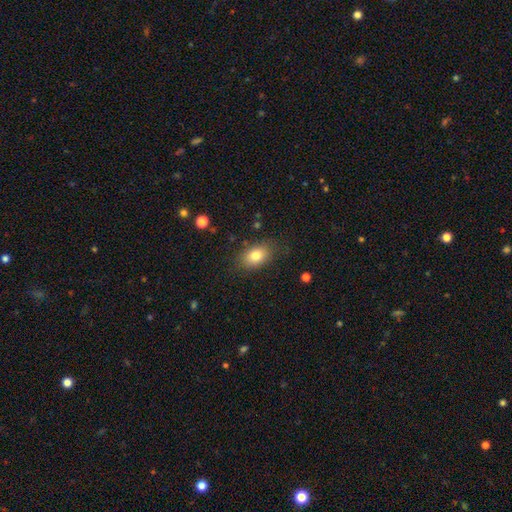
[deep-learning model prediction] Overall: smooth (80%). How rounded: in between (82%). Merging: none (81%).